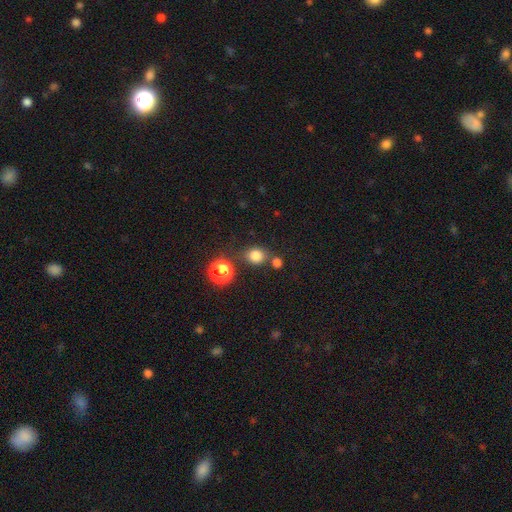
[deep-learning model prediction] Q: Smooth or featured?
A: smooth (80%); runner-up: star or artifact (15%)
Q: How rounded?
A: round (70%); runner-up: in between (29%)
Q: Merging?
A: none (69%); runner-up: merger (14%)